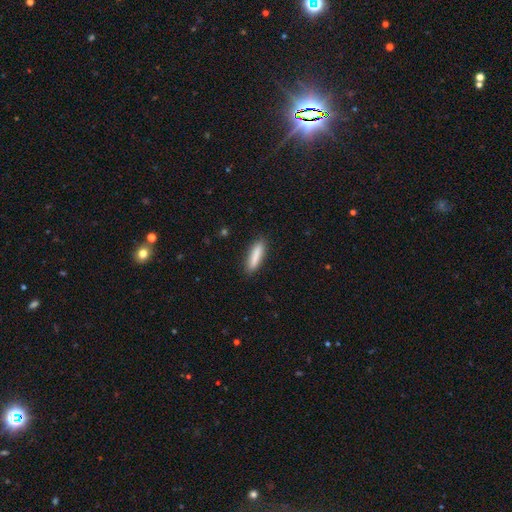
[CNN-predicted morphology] Q: Smooth or featured?
A: smooth (82%); runner-up: featured or disk (11%)
Q: How rounded?
A: cigar-shaped (77%); runner-up: in between (21%)
Q: Merging?
A: none (87%); runner-up: minor disturbance (10%)